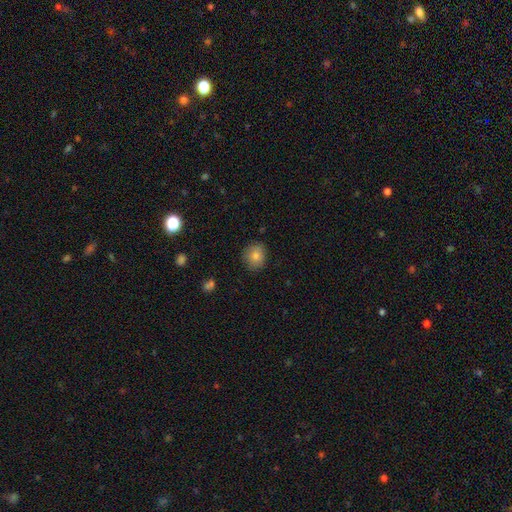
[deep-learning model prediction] smooth 82%, star or artifact 10%, featured or disk 9%. Down the decision tree: how rounded — round (74%); merging — none (83%).